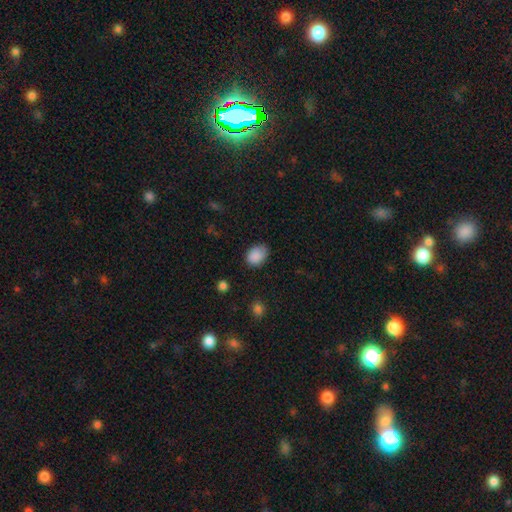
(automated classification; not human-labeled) Smooth or featured? Predicted: smooth (p=0.88). How rounded? Predicted: in between (p=0.67). Merging? Predicted: none (p=0.72).